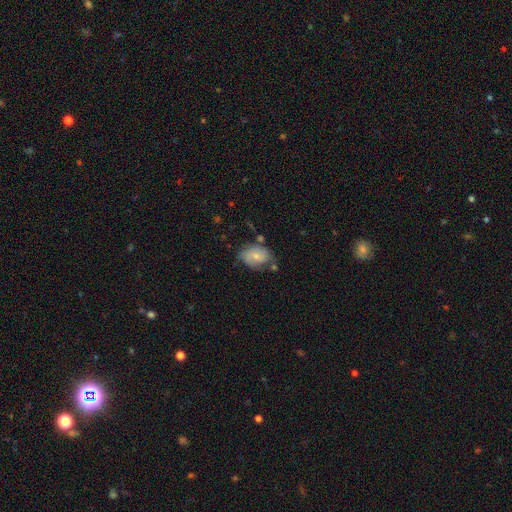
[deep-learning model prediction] Morphology: type=smooth (58%); roundness=in between (72%); merging=none (51%).